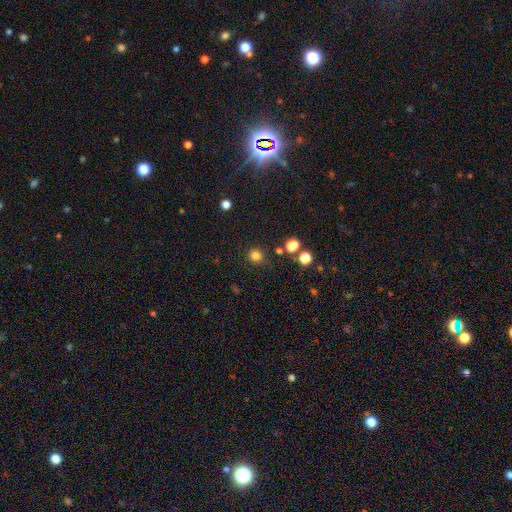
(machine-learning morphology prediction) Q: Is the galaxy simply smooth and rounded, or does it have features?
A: smooth — 80%.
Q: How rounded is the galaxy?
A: round — 92%.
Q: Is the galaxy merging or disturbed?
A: none — 84%.